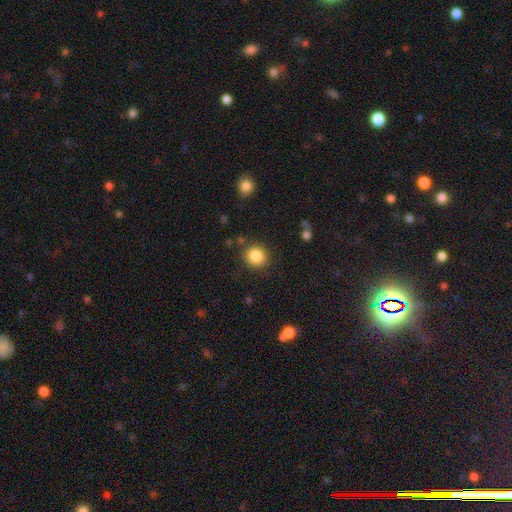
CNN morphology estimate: A smooth galaxy with no disk features (86%) that is round (88%). Merging: none (87%).